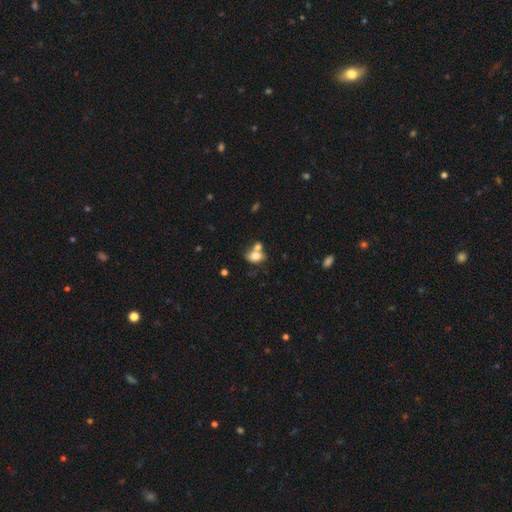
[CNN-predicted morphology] smooth 74%, featured or disk 16%, star or artifact 10%. Down the decision tree: how rounded — in between (75%); merging — merger (46%).